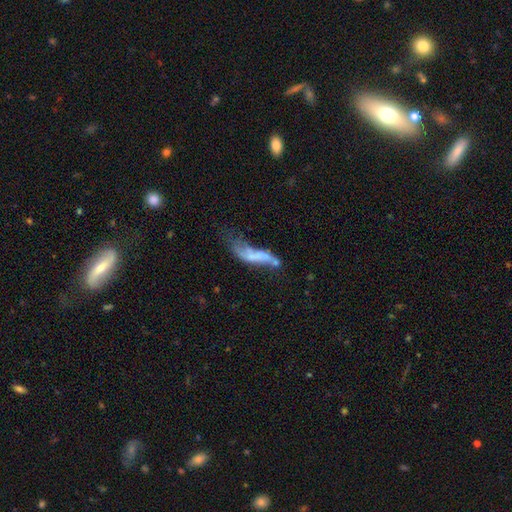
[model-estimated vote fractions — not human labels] This is possibly a featured or disk galaxy (48%). Merging: marginally major disturbance (38%).